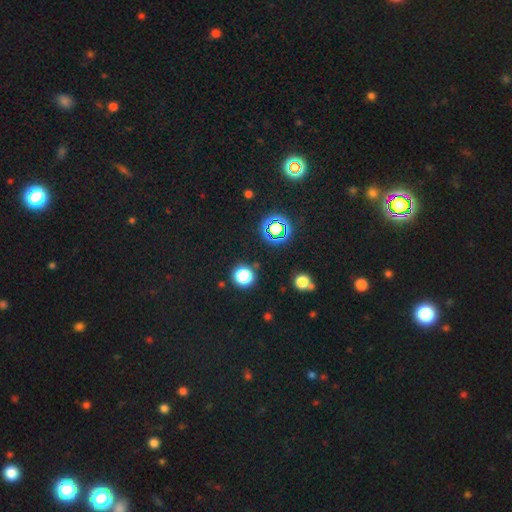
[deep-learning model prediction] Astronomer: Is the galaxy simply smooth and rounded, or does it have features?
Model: star or artifact — 66%.